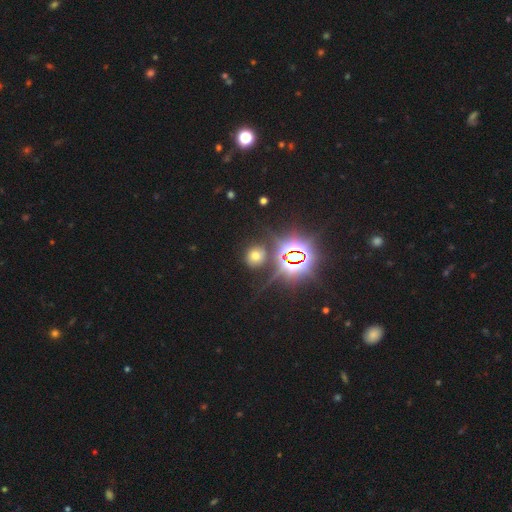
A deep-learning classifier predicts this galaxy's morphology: Smooth or featured: smooth — 50% (star or artifact — 39%)
How rounded: round — 79% (in between — 19%)
Merging: none — 80% (minor disturbance — 10%)